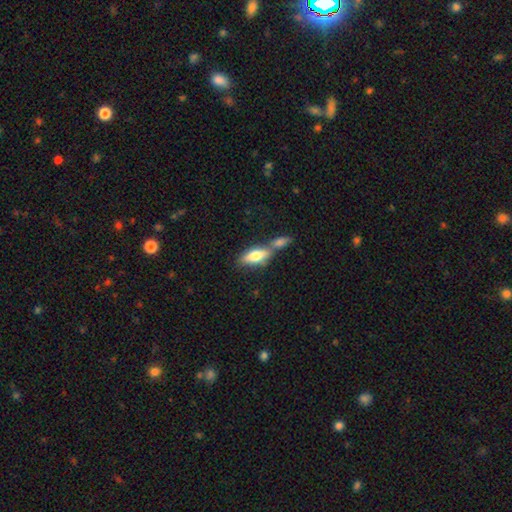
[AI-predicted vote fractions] Smooth or featured: smooth — 70% (featured or disk — 24%)
How rounded: in between — 74% (cigar-shaped — 23%)
Merging: merger — 52% (none — 33%)